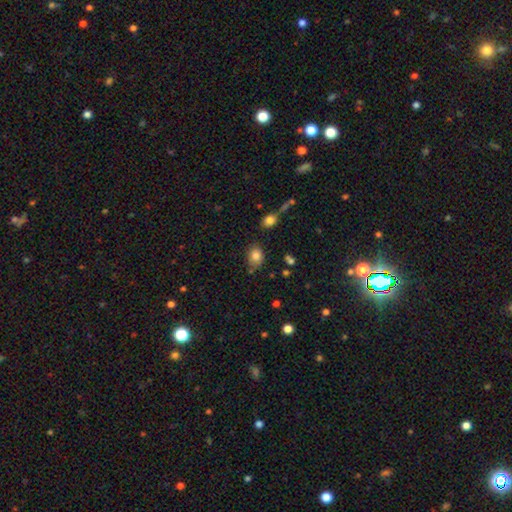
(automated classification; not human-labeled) smooth_or_featured: smooth (p=0.83) [alt: star or artifact p=0.10]
how_rounded: in between (p=0.60) [alt: round p=0.39]
merging: none (p=0.75) [alt: minor disturbance p=0.16]